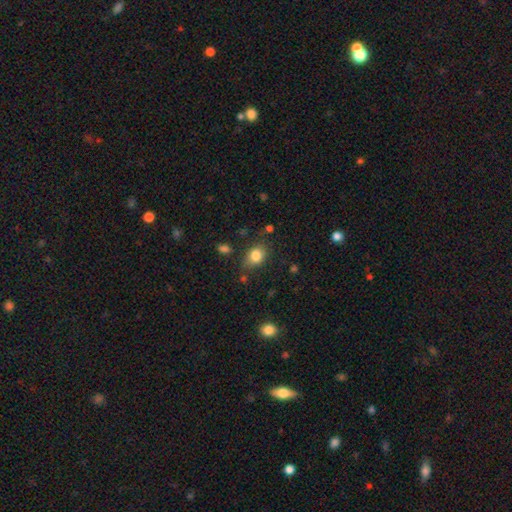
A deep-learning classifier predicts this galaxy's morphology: This appears to be a smooth galaxy with no disk features (83%) that is in between round and cigar-shaped (62%). Merging: none (73%).